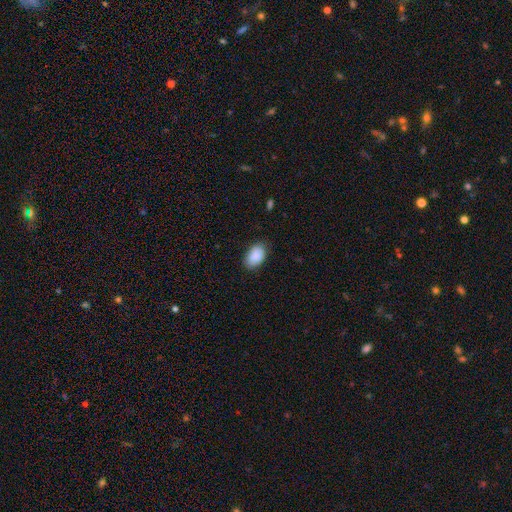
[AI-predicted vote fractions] Overall: smooth (90%). How rounded: in between (92%). Merging: none (83%).